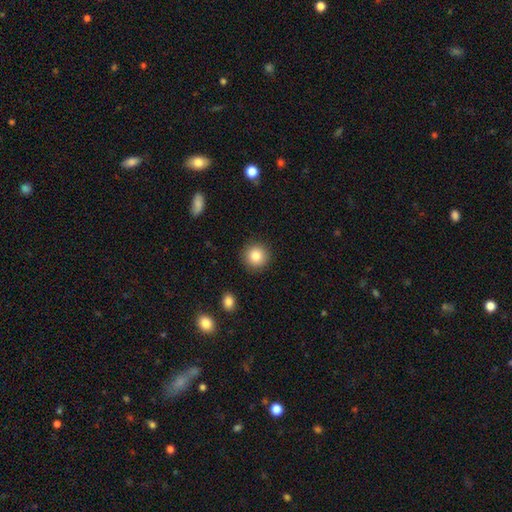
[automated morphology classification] type=smooth (84%); roundness=round (93%); merging=none (90%).